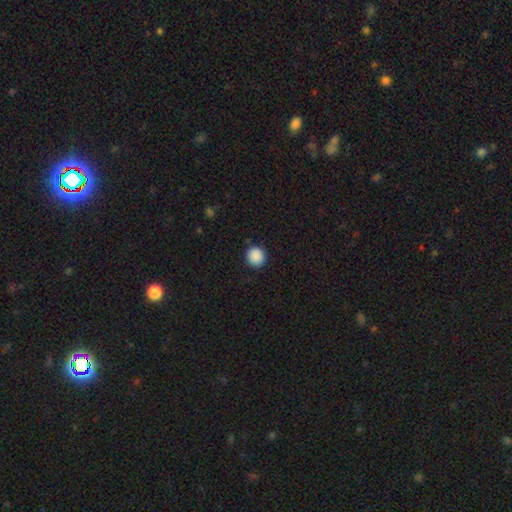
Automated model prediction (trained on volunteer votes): Smooth or featured? Predicted: smooth (p=0.89). How rounded? Predicted: round (p=0.91). Merging? Predicted: none (p=0.90).